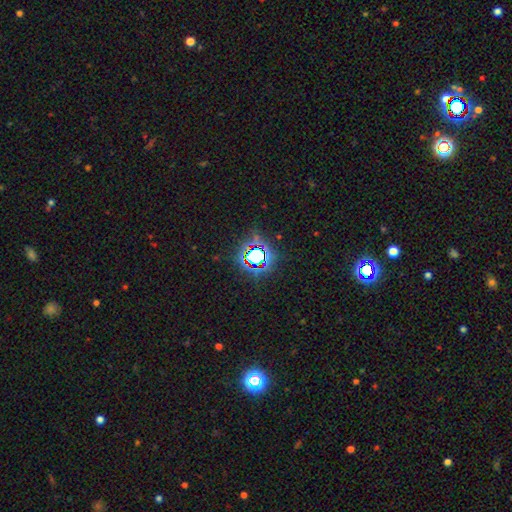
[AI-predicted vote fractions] Overall: star or artifact (71%).